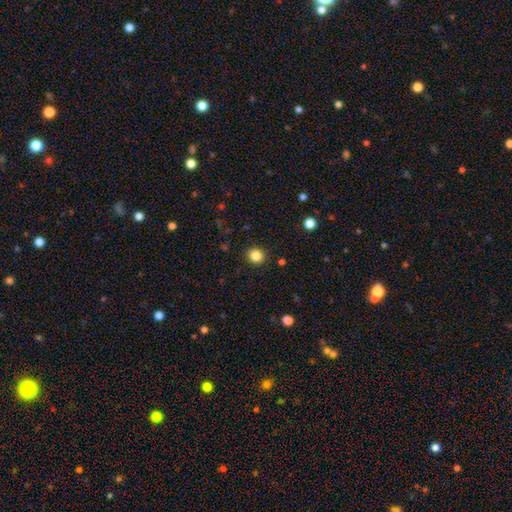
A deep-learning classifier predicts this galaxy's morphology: Smooth or featured: smooth — 84% (star or artifact — 11%)
How rounded: round — 90% (in between — 9%)
Merging: none — 91% (minor disturbance — 6%)